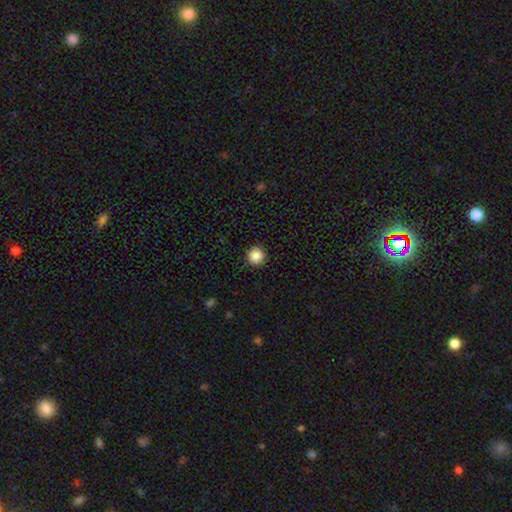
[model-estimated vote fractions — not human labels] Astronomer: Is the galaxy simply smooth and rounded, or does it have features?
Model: smooth — 86%.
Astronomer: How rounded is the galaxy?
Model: round — 96%.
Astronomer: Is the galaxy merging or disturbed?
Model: none — 92%.